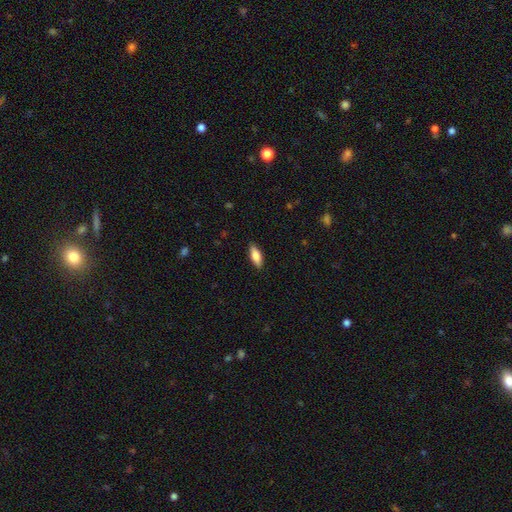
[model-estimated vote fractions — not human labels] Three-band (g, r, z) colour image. It shows a smooth galaxy with no disk features (78%) that is in between round and cigar-shaped (68%). Merging: none (89%).